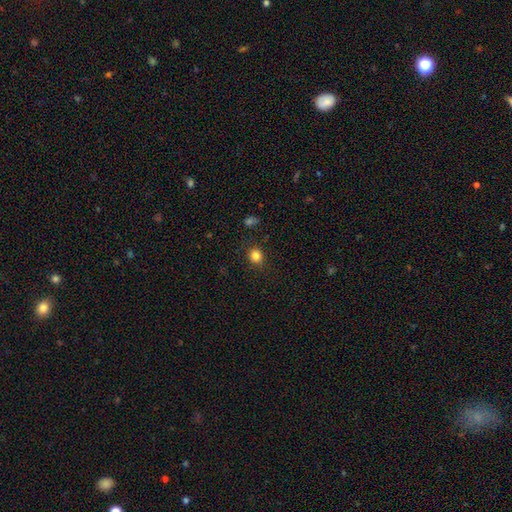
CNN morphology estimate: This is clearly a smooth galaxy (83%). How rounded: clearly round (81%). Merging: clearly none (86%).